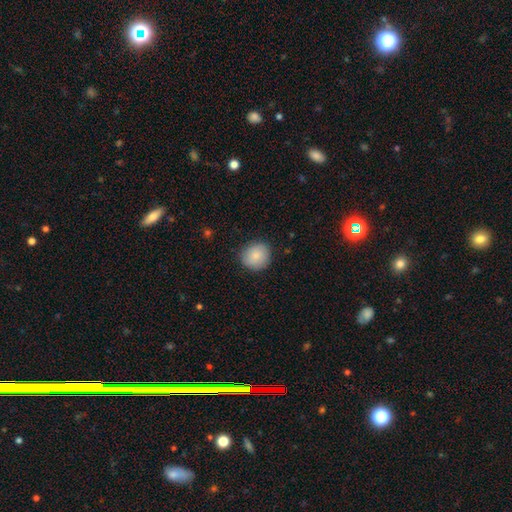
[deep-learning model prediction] smooth_or_featured: smooth (p=0.83) [alt: featured or disk p=0.10]
how_rounded: round (p=0.86) [alt: in between p=0.13]
merging: none (p=0.86) [alt: minor disturbance p=0.11]